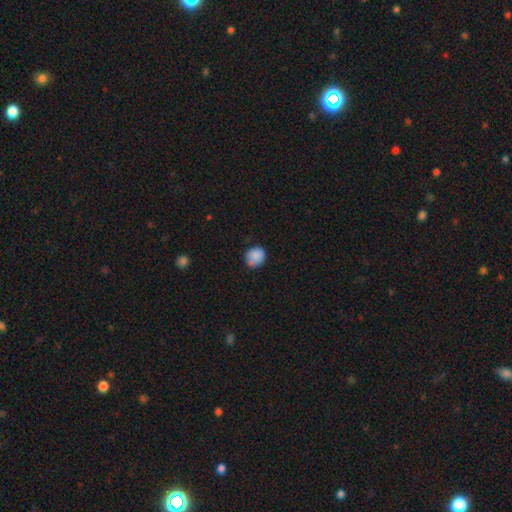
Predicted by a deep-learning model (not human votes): Smooth or featured? Predicted: smooth (p=0.85). How rounded? Predicted: round (p=0.78). Merging? Predicted: none (p=0.73).